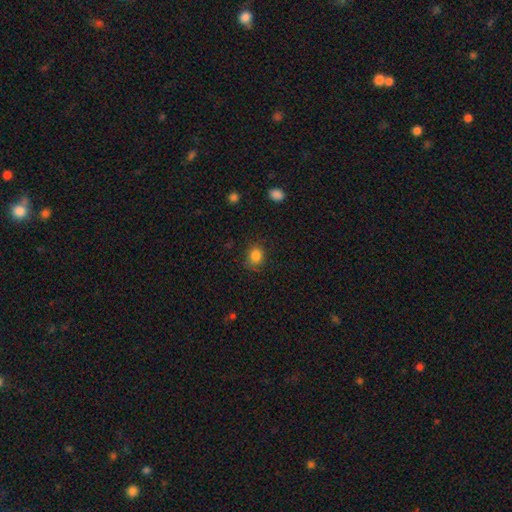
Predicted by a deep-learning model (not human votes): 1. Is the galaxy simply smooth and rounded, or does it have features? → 84% smooth, 11% star or artifact, 5% featured or disk.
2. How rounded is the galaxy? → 64% round, 35% in between, 1% cigar-shaped.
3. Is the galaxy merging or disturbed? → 80% none, 15% minor disturbance, 4% major disturbance, 1% merger.